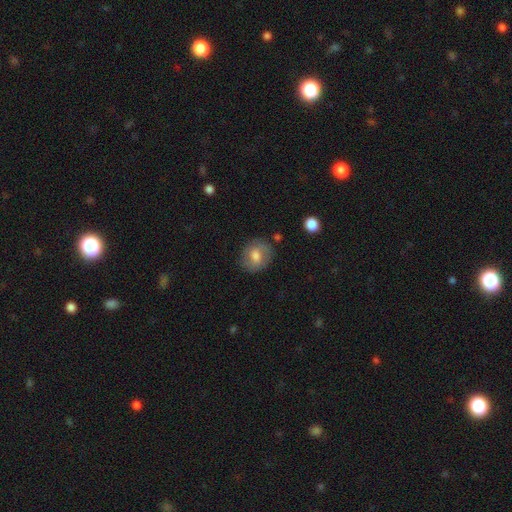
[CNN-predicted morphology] smooth-or-featured: smooth: 61% | featured or disk: 31% | star or artifact: 8%
  how-rounded: round: 63% | in between: 36% | cigar-shaped: 1%
  merging: none: 78% | minor disturbance: 16% | major disturbance: 5% | merger: 2%